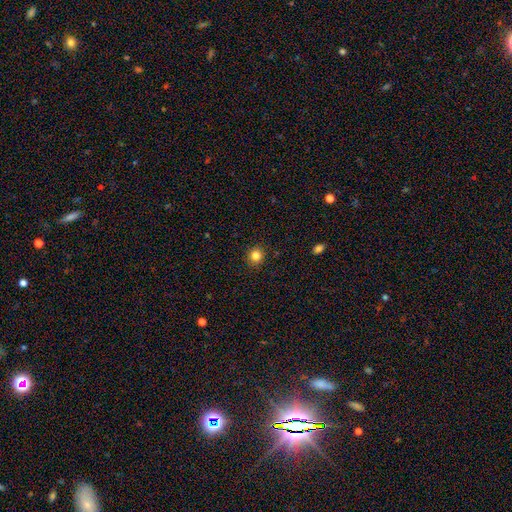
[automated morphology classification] Smooth or featured? Predicted: smooth (p=0.83). How rounded? Predicted: round (p=0.89). Merging? Predicted: none (p=0.91).